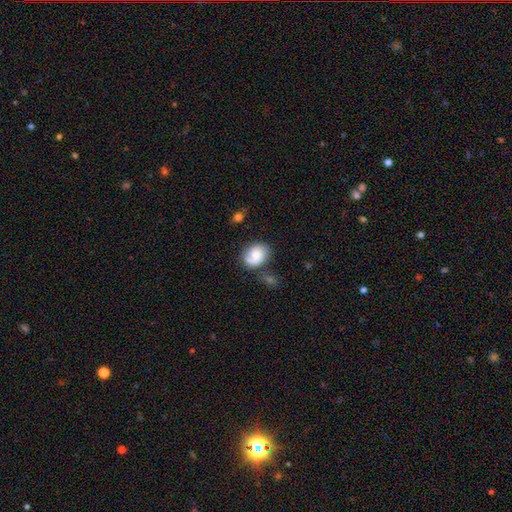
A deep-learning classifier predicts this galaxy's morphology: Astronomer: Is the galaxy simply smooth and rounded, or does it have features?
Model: smooth — 54% (runner-up: featured or disk, 37%).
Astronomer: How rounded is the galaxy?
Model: in between — 52% (runner-up: round, 47%).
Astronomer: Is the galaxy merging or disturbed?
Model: none — 54%.